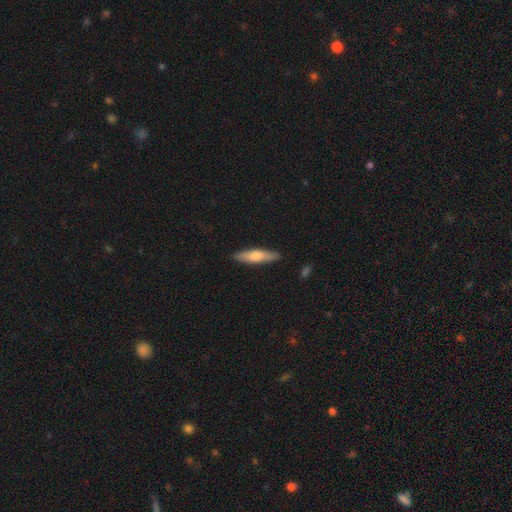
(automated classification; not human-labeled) Morphology: type=smooth (63%); roundness=cigar-shaped (75%); merging=none (89%).